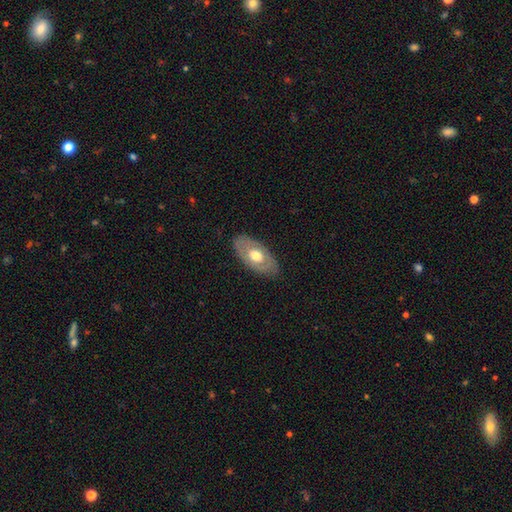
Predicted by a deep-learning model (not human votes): Q: Smooth or featured?
A: featured or disk (50%); runner-up: smooth (45%)
Q: Merging?
A: none (82%); runner-up: minor disturbance (14%)